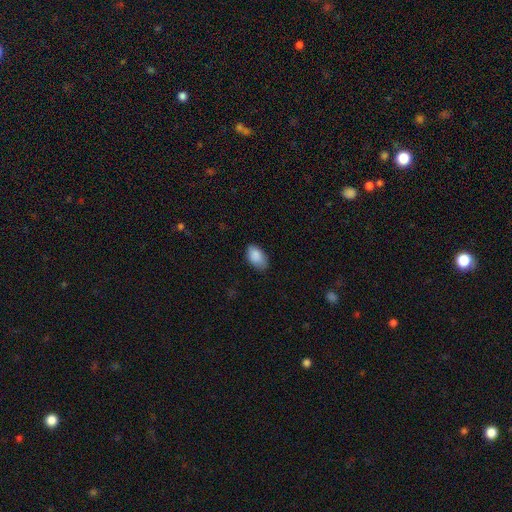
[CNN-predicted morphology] Overall: smooth (88%). How rounded: in between (93%). Merging: none (78%).